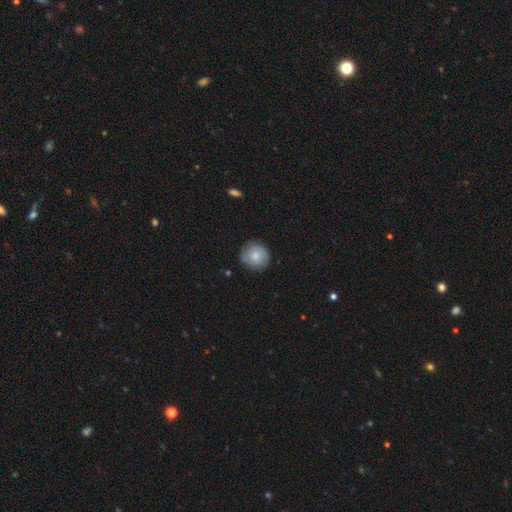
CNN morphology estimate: This appears to be a smooth galaxy with no disk features (62%) that is round (90%). Merging: none (82%).